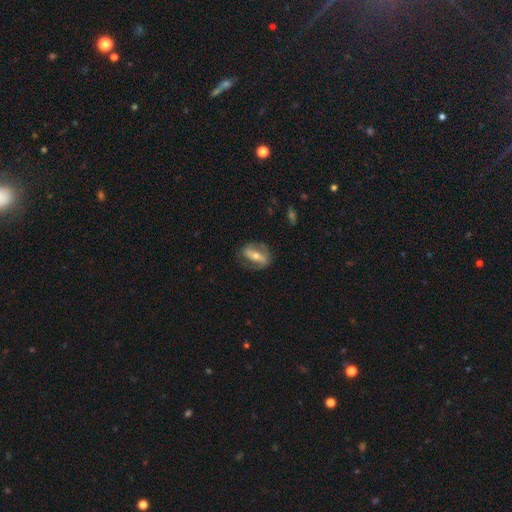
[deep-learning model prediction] smooth_or_featured: featured or disk (p=0.66) [alt: smooth p=0.27]
disk_edge_on: no (p=0.87) [alt: yes p=0.13]
bar: strong (p=0.59) [alt: weak p=0.23]
has_spiral_arms: yes (p=0.63) [alt: no p=0.37]
bulge_size: moderate (p=0.57) [alt: small p=0.37]
merging: none (p=0.73) [alt: minor disturbance p=0.17]